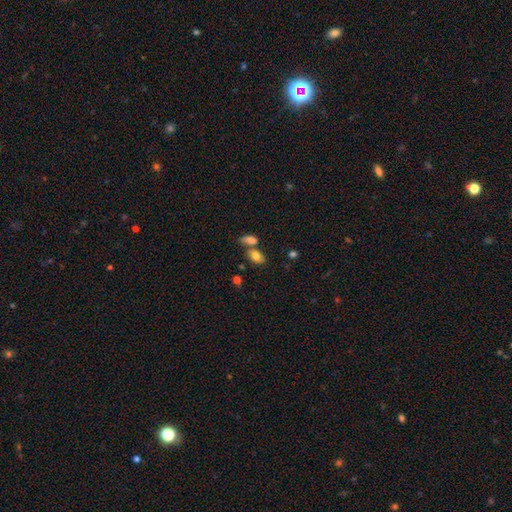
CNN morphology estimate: Overall: smooth (79%). How rounded: in between (87%). Merging: none (50%; merger 33%).